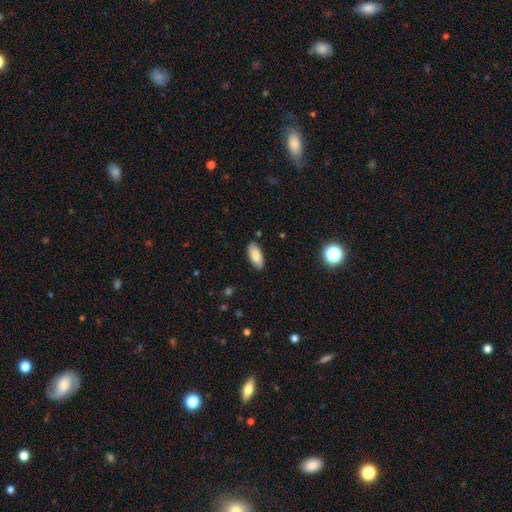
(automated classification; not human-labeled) Smooth or featured? smooth (83%)
How rounded? in between (88%)
Merging? none (87%)